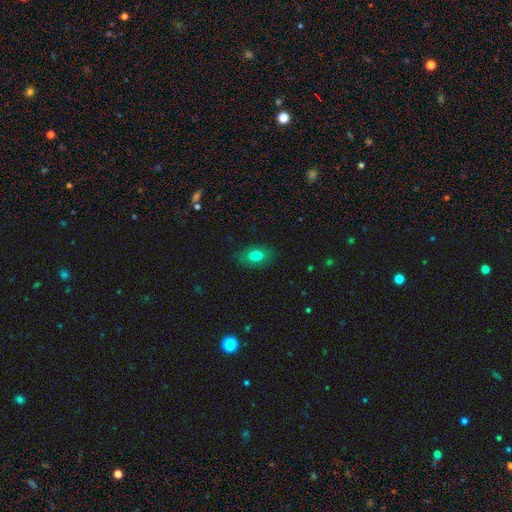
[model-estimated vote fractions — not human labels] A smooth galaxy with no disk features (78%) that is in between round and cigar-shaped (85%).

Vote fractions:
- Smooth or featured? smooth: 78% / featured or disk: 13% / star or artifact: 9%
- How rounded? in between: 85% / round: 13% / cigar-shaped: 2%
- Merging? none: 82% / minor disturbance: 13% / major disturbance: 3% / merger: 1%